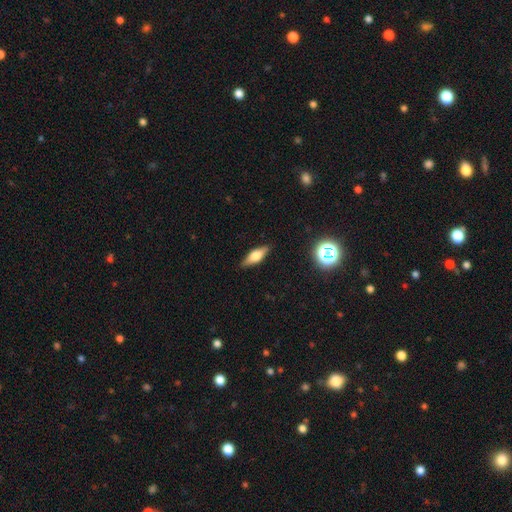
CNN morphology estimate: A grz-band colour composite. It shows a smooth galaxy with no disk features (50%) that is in between round and cigar-shaped (59%). Merging: none (88%).